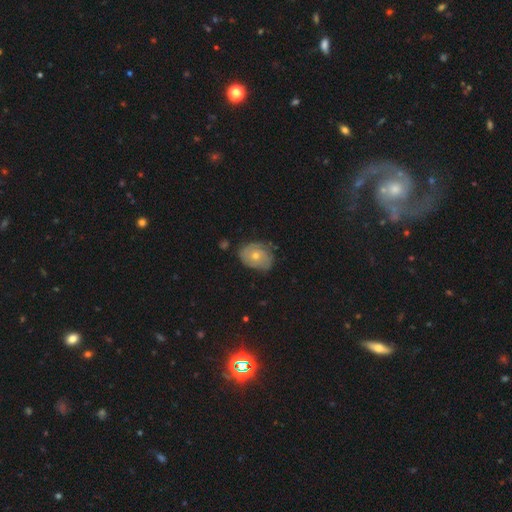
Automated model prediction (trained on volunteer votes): The model was most divided on "bulge size": moderate: 54%, small: 43%, large: 2%, none: 1%, dominant: 1%. More confident: edge-on disk — no (96%); bar — no (84%); spiral arms — yes (76%); merging — none (67%); smooth or featured — featured or disk (59%).